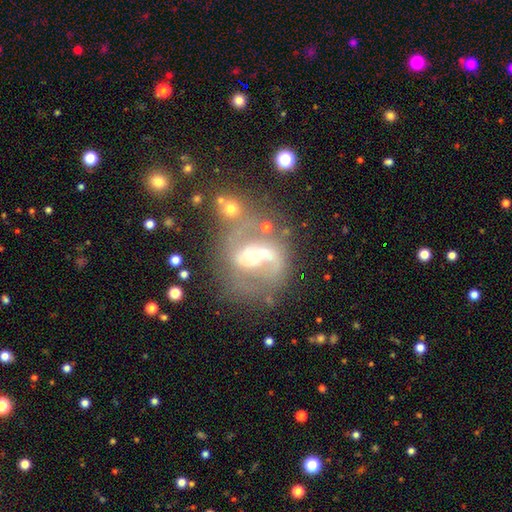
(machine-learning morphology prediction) smooth_or_featured: featured or disk (p=0.79) [alt: smooth p=0.12]
disk_edge_on: no (p=0.97) [alt: yes p=0.03]
bar: weak (p=0.39) [alt: strong p=0.33]
has_spiral_arms: yes (p=0.85) [alt: no p=0.15]
spiral_winding: medium (p=0.45) [alt: loose p=0.42]
spiral_arm_count: 2 (p=0.82) [alt: 1 p=0.08]
bulge_size: small (p=0.47) [alt: moderate p=0.45]
merging: none (p=0.43) [alt: merger p=0.22]